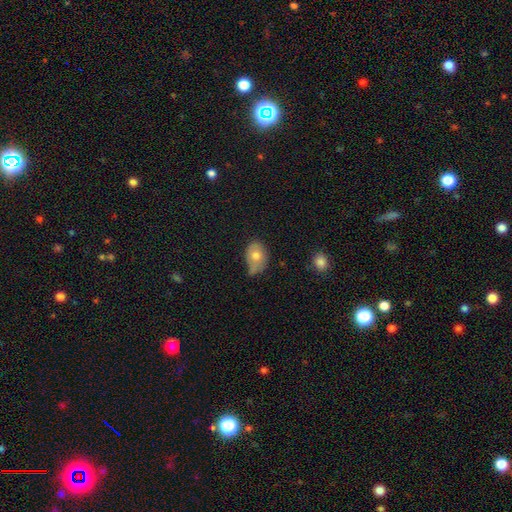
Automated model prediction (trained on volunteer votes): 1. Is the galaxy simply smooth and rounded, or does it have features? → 70% smooth, 21% featured or disk, 8% star or artifact.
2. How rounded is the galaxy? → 68% in between, 31% round, 1% cigar-shaped.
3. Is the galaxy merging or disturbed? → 42% minor disturbance, 38% none, 13% major disturbance, 7% merger.